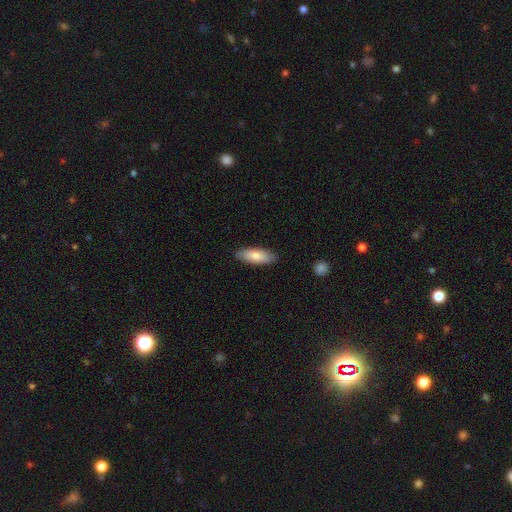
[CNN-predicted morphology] A smooth galaxy with no disk features (80%) that is in between round and cigar-shaped (68%).

Vote fractions:
- Smooth or featured? smooth: 80% / featured or disk: 14% / star or artifact: 5%
- How rounded? in between: 68% / cigar-shaped: 30% / round: 2%
- Merging? none: 87% / minor disturbance: 10% / major disturbance: 2% / merger: 1%